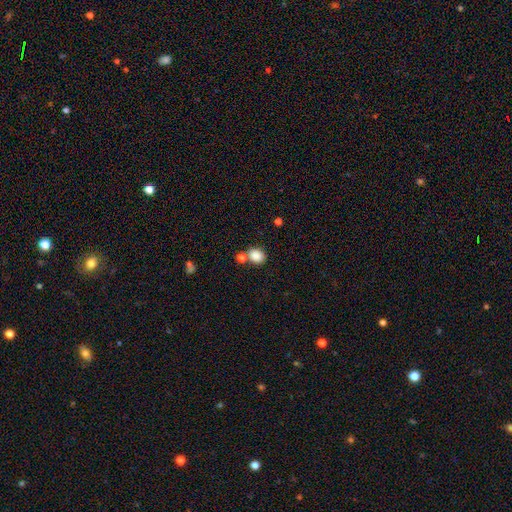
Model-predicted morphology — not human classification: Overall: smooth (86%). How rounded: round (60%; in between 39%). Merging: none (64%).